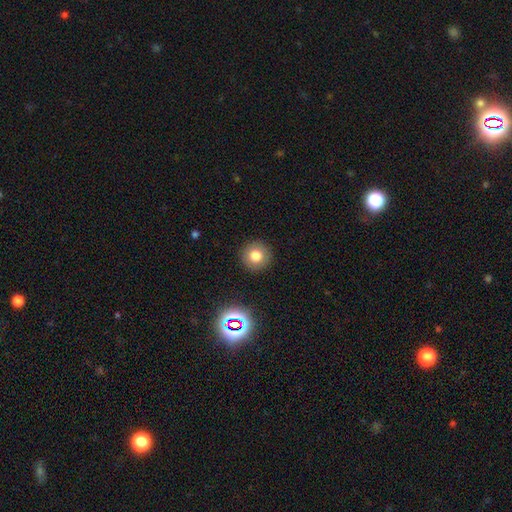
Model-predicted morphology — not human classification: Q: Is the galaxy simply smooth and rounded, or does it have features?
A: smooth — 76%.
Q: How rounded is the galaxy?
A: round — 94%.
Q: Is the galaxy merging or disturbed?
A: none — 91%.